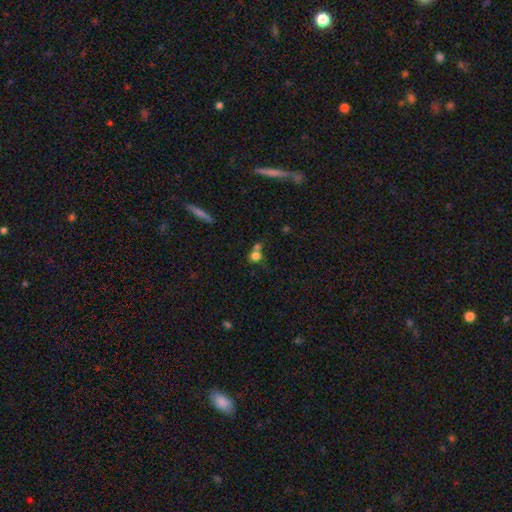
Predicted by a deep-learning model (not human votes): smooth-or-featured: smooth: 76% | star or artifact: 14% | featured or disk: 11%
  how-rounded: round: 81% | in between: 17% | cigar-shaped: 2%
  merging: none: 44% | merger: 41% | minor disturbance: 10% | major disturbance: 6%